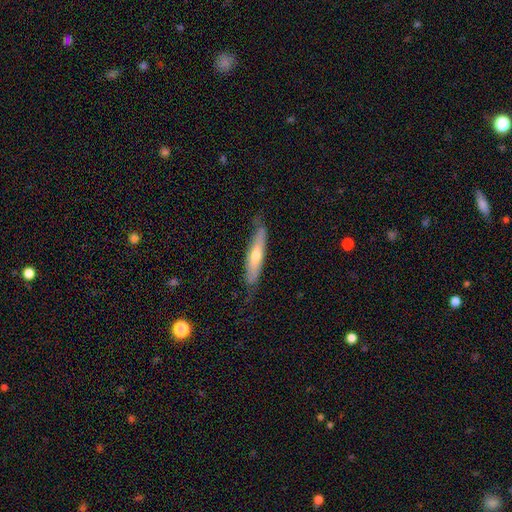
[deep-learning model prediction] Smooth or featured? featured or disk (52%)
Edge-on disk? yes (77%)
Merging? none (70%)